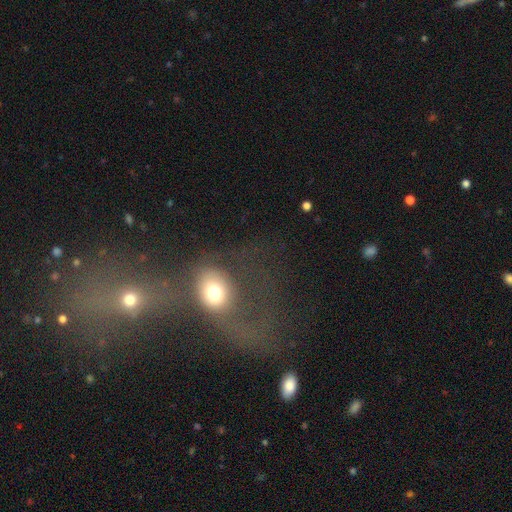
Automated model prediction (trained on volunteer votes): Smooth or featured? Predicted: smooth (p=0.50). How rounded? Predicted: in between (p=0.51). Merging? Predicted: merger (p=0.55).